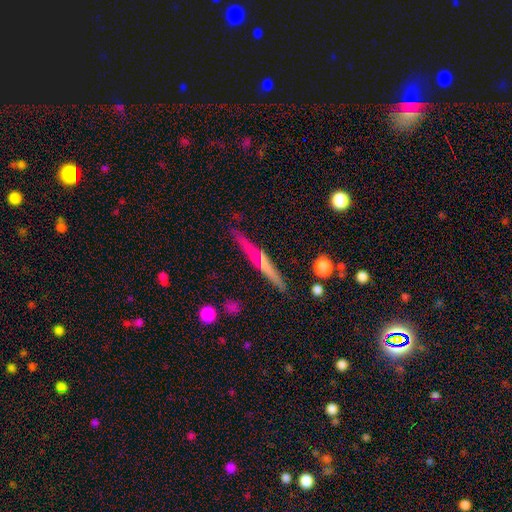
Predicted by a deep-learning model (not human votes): Smooth or featured?
  - featured or disk: 52% *
  - smooth: 41%
  - star or artifact: 7%
Edge-on disk?
  - yes: 96% *
  - no: 4%
Edge-on bulge?
  - none: 67% *
  - rounded: 26%
  - boxy: 6%
Merging?
  - none: 84% *
  - minor disturbance: 10%
  - merger: 3%
  - major disturbance: 2%